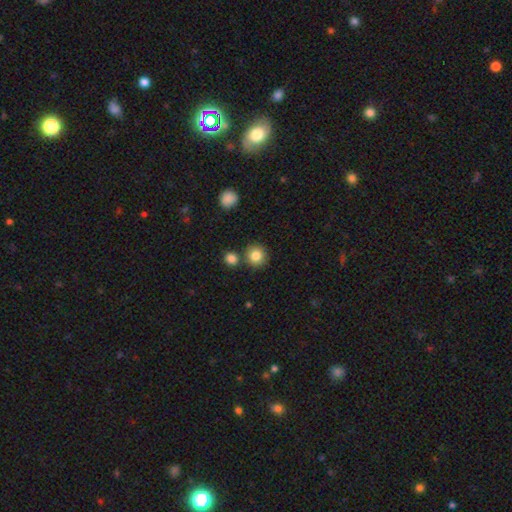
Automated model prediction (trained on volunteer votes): Smooth or featured?
  - smooth: 84% *
  - star or artifact: 10%
  - featured or disk: 6%
How rounded?
  - round: 91% *
  - in between: 8%
  - cigar-shaped: 1%
Merging?
  - none: 80% *
  - merger: 11%
  - minor disturbance: 7%
  - major disturbance: 2%